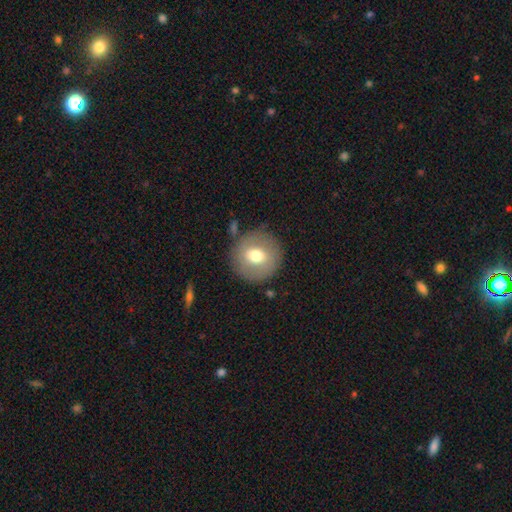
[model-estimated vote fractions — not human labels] Smooth or featured? Predicted: smooth (p=0.66). How rounded? Predicted: round (p=0.94). Merging? Predicted: none (p=0.84).